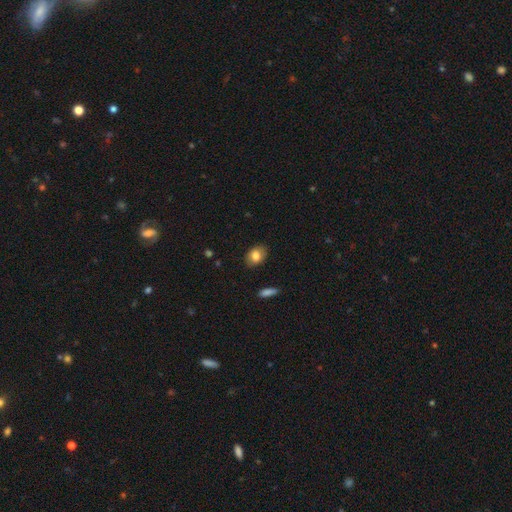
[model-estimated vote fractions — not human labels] A smooth galaxy with no disk features (81%) that is in between round and cigar-shaped (76%).

Vote fractions:
- Smooth or featured? smooth: 81% / featured or disk: 11% / star or artifact: 8%
- How rounded? in between: 76% / round: 23% / cigar-shaped: 1%
- Merging? none: 84% / minor disturbance: 13% / major disturbance: 2% / merger: 1%